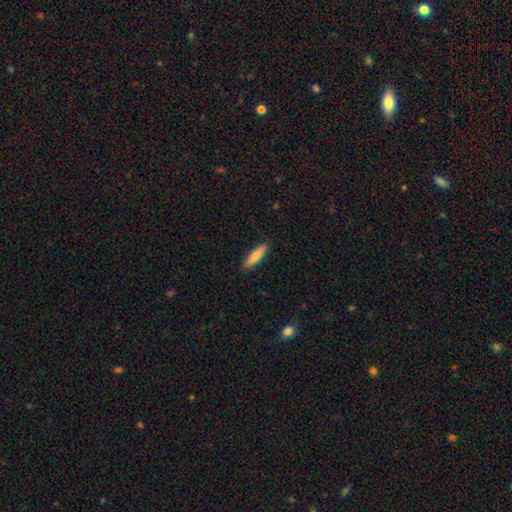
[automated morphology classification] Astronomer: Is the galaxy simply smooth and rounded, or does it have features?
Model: smooth — 80%.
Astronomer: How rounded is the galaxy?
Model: cigar-shaped — 71%.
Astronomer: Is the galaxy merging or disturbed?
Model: none — 89%.